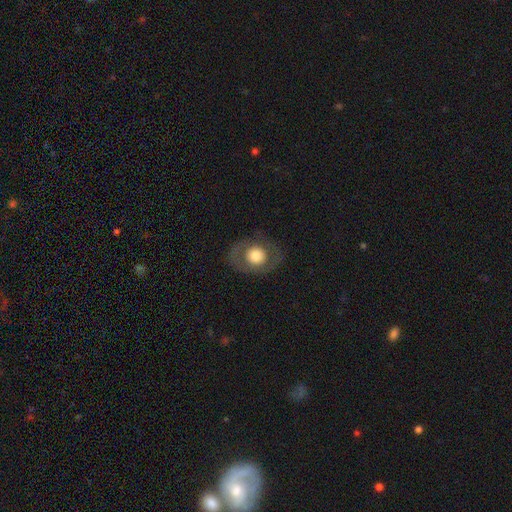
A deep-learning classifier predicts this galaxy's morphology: Smooth or featured? smooth (61%)
How rounded? round (60%)
Merging? none (80%)